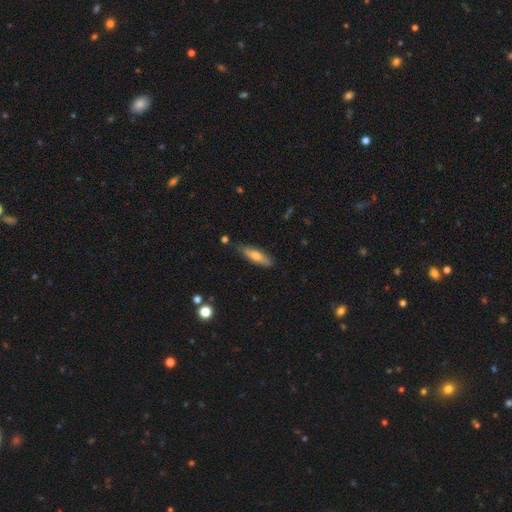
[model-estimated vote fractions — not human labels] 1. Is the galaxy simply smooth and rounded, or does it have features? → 66% smooth, 28% featured or disk, 6% star or artifact.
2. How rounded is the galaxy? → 65% cigar-shaped, 33% in between, 2% round.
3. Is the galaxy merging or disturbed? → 79% none, 16% minor disturbance, 3% major disturbance, 2% merger.